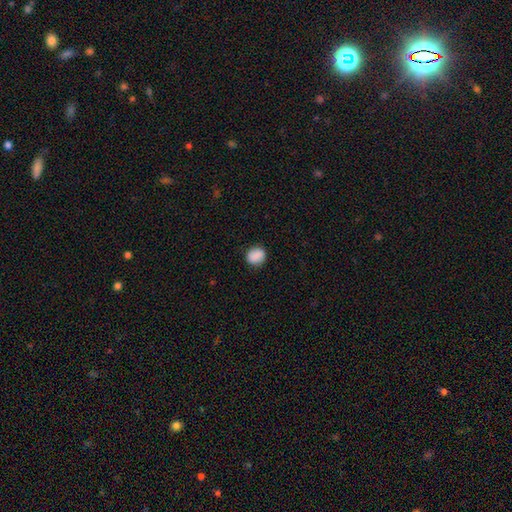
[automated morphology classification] A smooth galaxy with no disk features (88%) that is round (75%). Merging: none (86%).